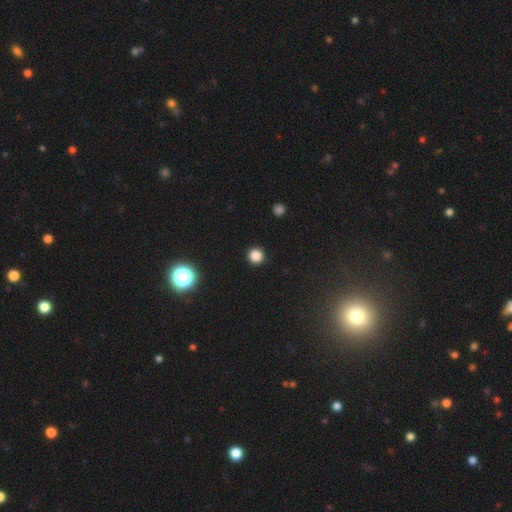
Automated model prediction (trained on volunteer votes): smooth-or-featured: smooth: 84% | star or artifact: 13% | featured or disk: 3%
  how-rounded: round: 94% | in between: 5% | cigar-shaped: 1%
  merging: none: 92% | minor disturbance: 5% | major disturbance: 2% | merger: 1%